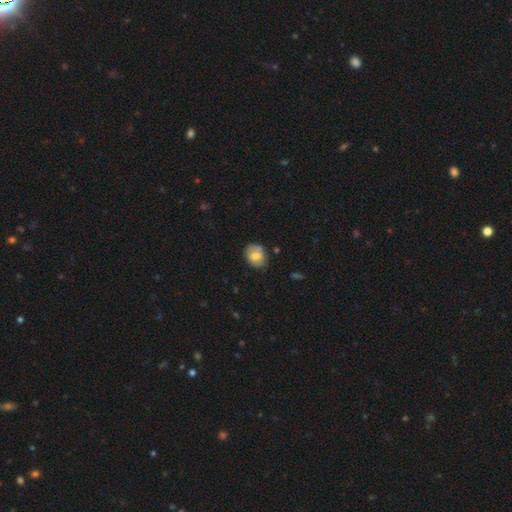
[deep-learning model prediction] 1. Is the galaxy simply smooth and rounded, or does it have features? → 72% smooth, 21% featured or disk, 8% star or artifact.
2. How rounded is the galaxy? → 52% round, 47% in between, 1% cigar-shaped.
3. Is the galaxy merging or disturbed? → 75% none, 18% minor disturbance, 3% major disturbance, 3% merger.